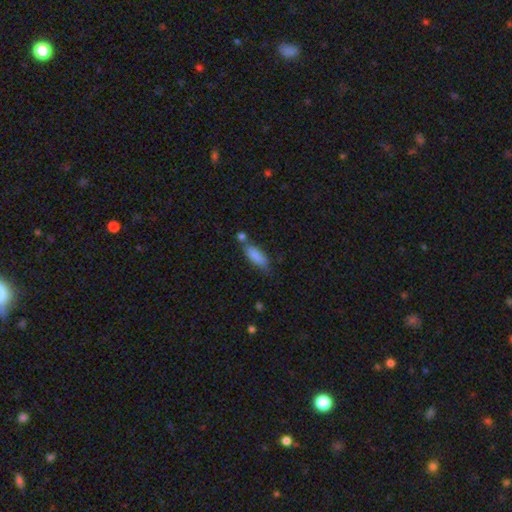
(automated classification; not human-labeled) A smooth galaxy with no disk features (85%) that is in between round and cigar-shaped (61%).

Vote fractions:
- Smooth or featured? smooth: 85% / featured or disk: 8% / star or artifact: 7%
- How rounded? in between: 61% / cigar-shaped: 36% / round: 2%
- Merging? none: 55% / minor disturbance: 21% / merger: 17% / major disturbance: 6%